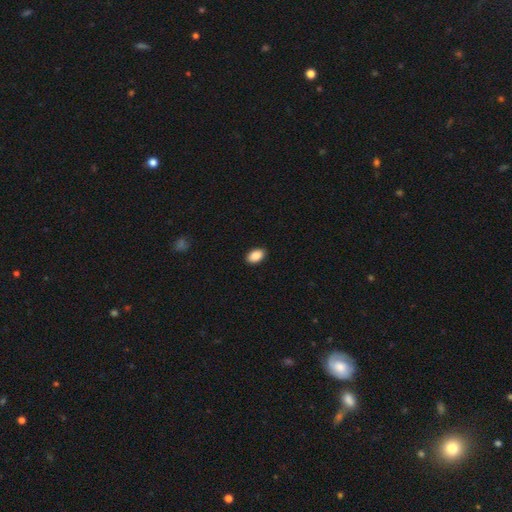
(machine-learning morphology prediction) Smooth or featured?
  - smooth: 89% *
  - star or artifact: 7%
  - featured or disk: 4%
How rounded?
  - in between: 91% *
  - round: 8%
  - cigar-shaped: 1%
Merging?
  - none: 91% *
  - minor disturbance: 7%
  - major disturbance: 2%
  - merger: 1%